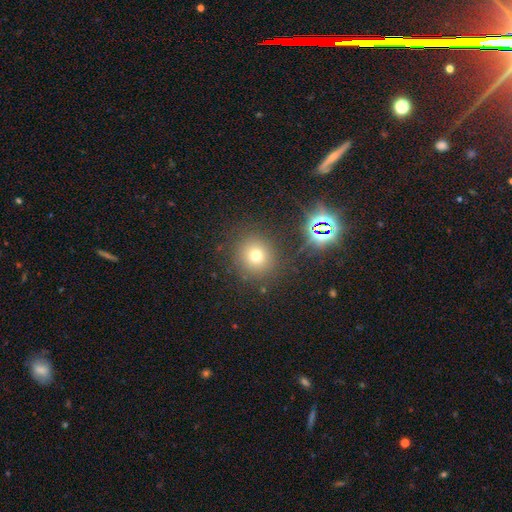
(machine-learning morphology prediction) smooth_or_featured: smooth (p=0.68) [alt: star or artifact p=0.21]
how_rounded: round (p=0.92) [alt: in between p=0.07]
merging: none (p=0.86) [alt: minor disturbance p=0.08]